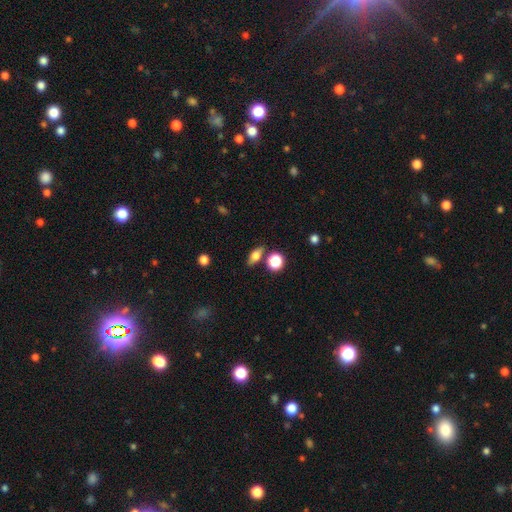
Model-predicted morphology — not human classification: This appears to be a smooth galaxy with no disk features (70%) that is in between round and cigar-shaped (69%). Merging: none (75%).